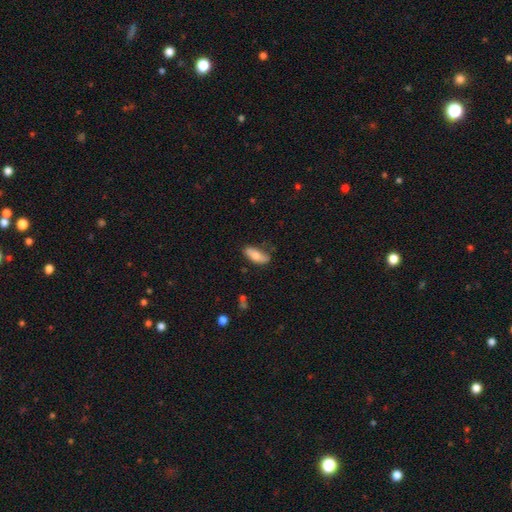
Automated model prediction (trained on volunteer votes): Smooth or featured?
  - smooth: 70% *
  - featured or disk: 24%
  - star or artifact: 6%
How rounded?
  - in between: 79% *
  - cigar-shaped: 19%
  - round: 3%
Merging?
  - none: 68% *
  - minor disturbance: 24%
  - major disturbance: 5%
  - merger: 2%